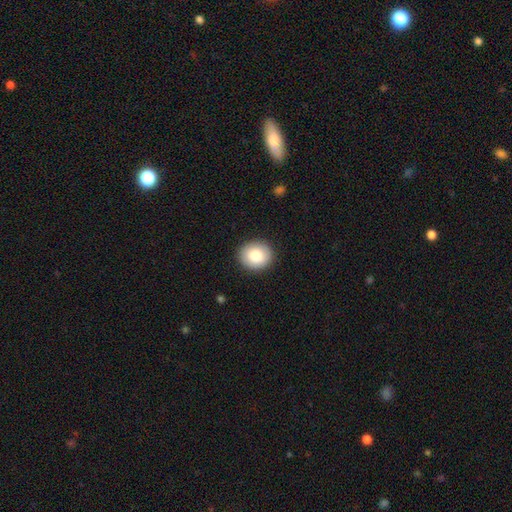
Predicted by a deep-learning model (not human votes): Overall: smooth (84%). How rounded: round (75%). Merging: none (91%).